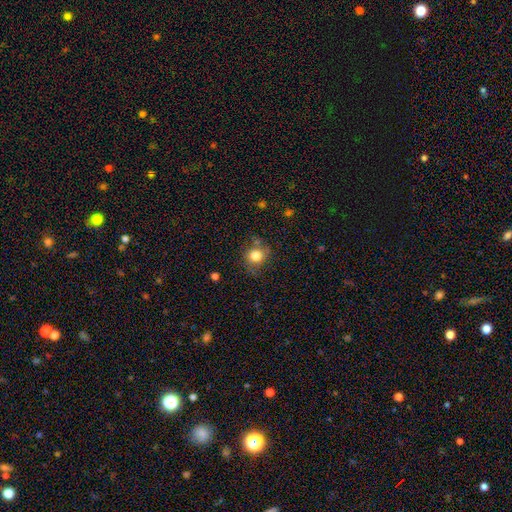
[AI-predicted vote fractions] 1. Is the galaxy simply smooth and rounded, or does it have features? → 81% smooth, 11% star or artifact, 8% featured or disk.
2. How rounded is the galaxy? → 85% round, 15% in between, 1% cigar-shaped.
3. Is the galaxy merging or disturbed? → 73% none, 17% minor disturbance, 5% merger, 5% major disturbance.